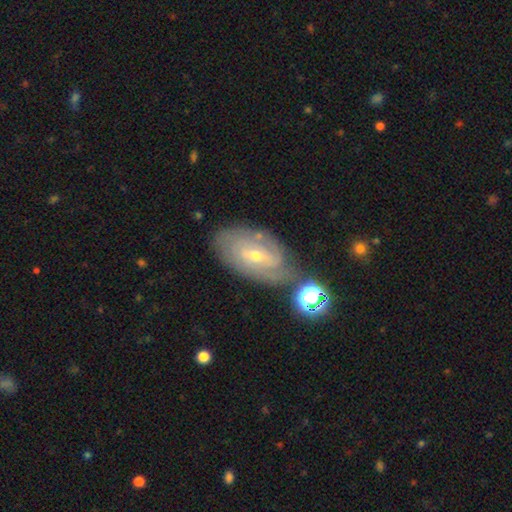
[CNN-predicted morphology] type=featured or disk (75%); edge-on=no (93%); bar=no (45%); spiral arms=yes (87%); winding=tight (63%); arm count=can't tell (45%); bulge=small (66%); merging=none (67%).